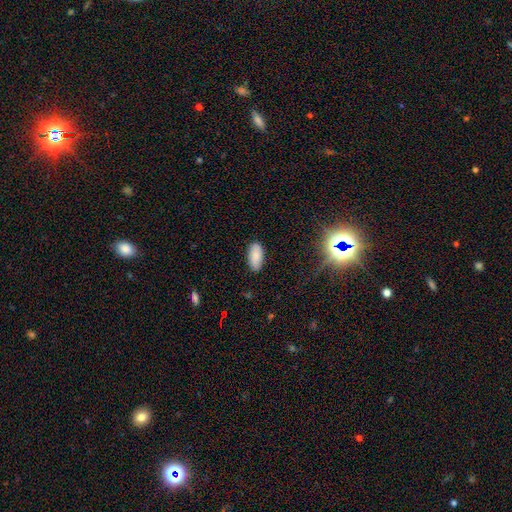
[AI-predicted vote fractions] Smooth or featured: smooth — 85% (star or artifact — 8%)
How rounded: in between — 93% (cigar-shaped — 5%)
Merging: none — 85% (minor disturbance — 11%)